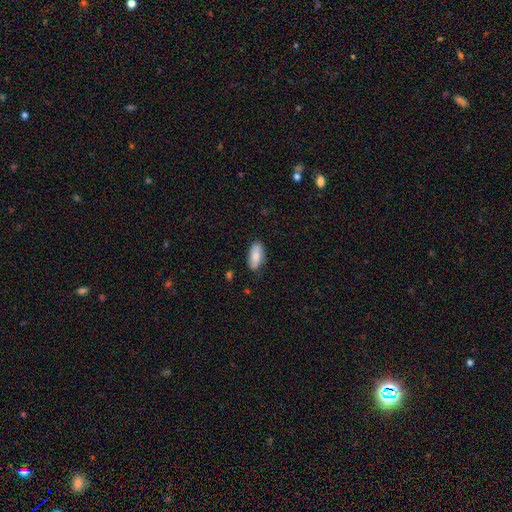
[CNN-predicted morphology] Overall: smooth (78%). How rounded: in between (89%). Merging: none (80%).